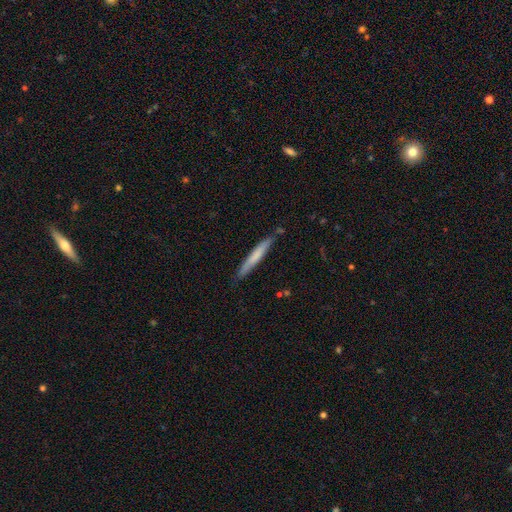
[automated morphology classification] type=smooth (66%); roundness=cigar-shaped (95%); merging=none (83%).